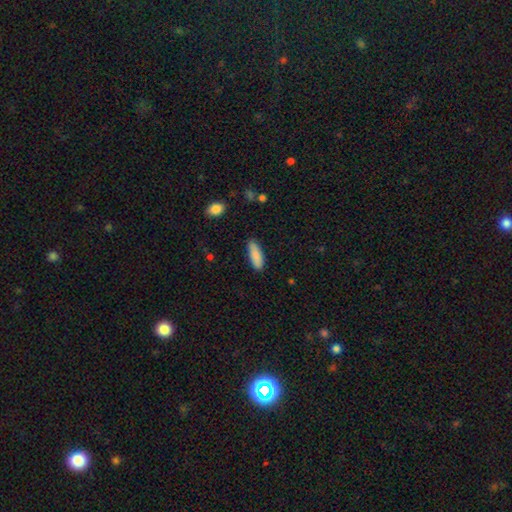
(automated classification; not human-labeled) smooth-or-featured: smooth: 88% | star or artifact: 6% | featured or disk: 6%
  how-rounded: in between: 57% | cigar-shaped: 41% | round: 2%
  merging: none: 86% | minor disturbance: 11% | major disturbance: 2% | merger: 1%